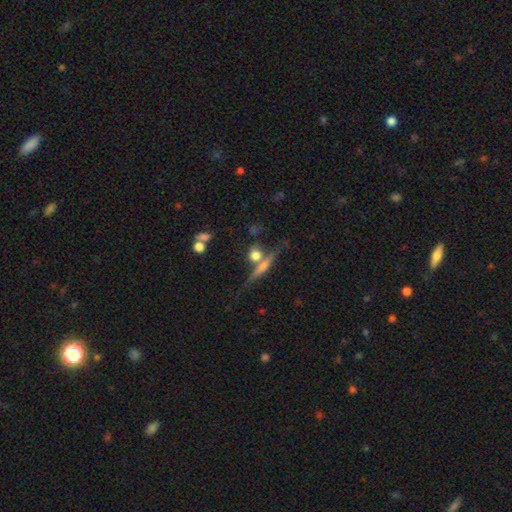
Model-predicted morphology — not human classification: Smooth or featured? smooth (55%)
How rounded? round (51%)
Merging? none (59%)